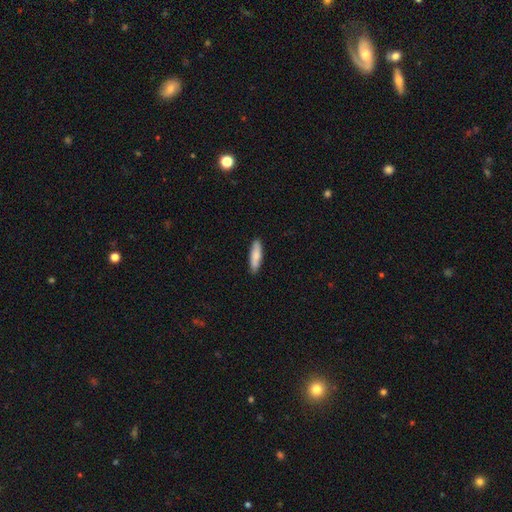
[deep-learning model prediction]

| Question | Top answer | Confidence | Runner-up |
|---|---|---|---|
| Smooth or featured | smooth | 81% | featured or disk (13%) |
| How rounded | cigar-shaped | 68% | in between (30%) |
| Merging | none | 88% | minor disturbance (10%) |